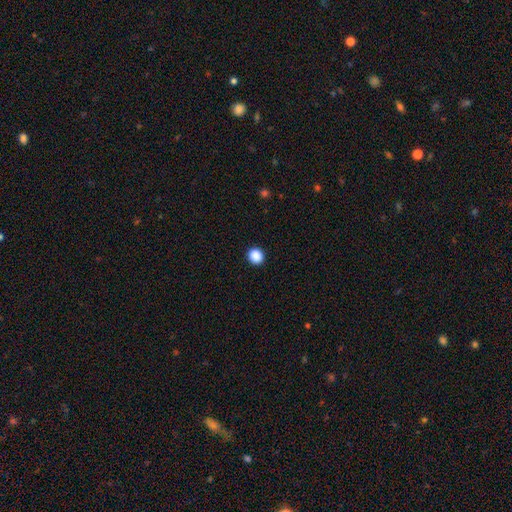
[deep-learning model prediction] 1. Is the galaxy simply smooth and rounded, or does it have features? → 89% smooth, 9% star or artifact, 2% featured or disk.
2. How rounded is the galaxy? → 82% round, 17% in between, 1% cigar-shaped.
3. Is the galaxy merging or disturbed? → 92% none, 5% minor disturbance, 2% major disturbance, 1% merger.